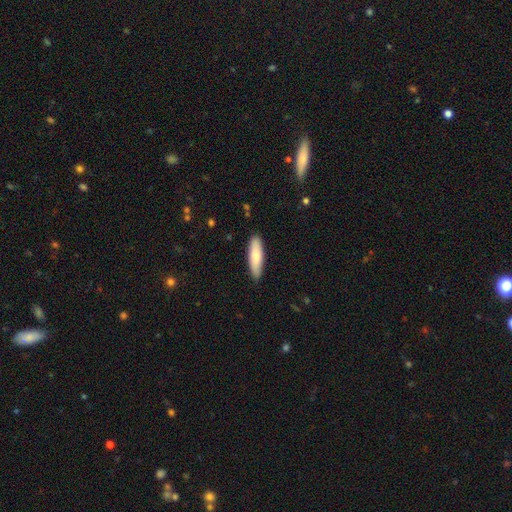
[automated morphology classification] smooth 80%, featured or disk 15%, star or artifact 5%. Down the decision tree: how rounded — cigar-shaped (60%); merging — none (87%).